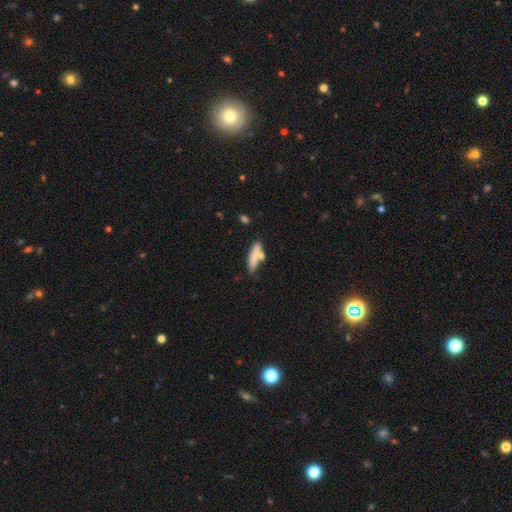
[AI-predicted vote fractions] A smooth galaxy with no disk features (73%) that is cigar-shaped (59%).

Vote fractions:
- Smooth or featured? smooth: 73% / featured or disk: 20% / star or artifact: 7%
- How rounded? cigar-shaped: 59% / in between: 39% / round: 2%
- Merging? none: 54% / merger: 20% / minor disturbance: 20% / major disturbance: 6%